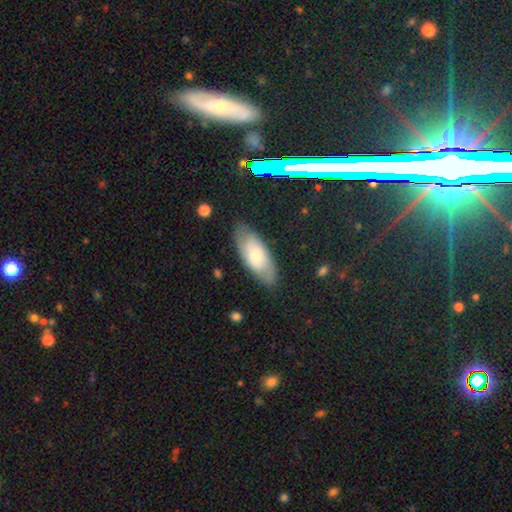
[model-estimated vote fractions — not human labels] Smooth or featured? smooth (57%)
How rounded? in between (84%)
Merging? none (79%)